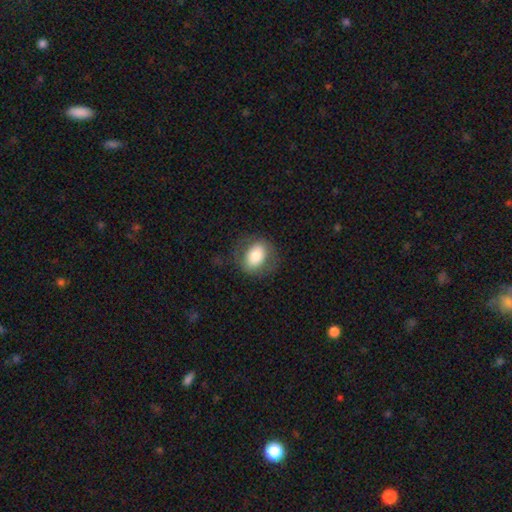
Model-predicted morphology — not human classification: Overall: smooth (71%). How rounded: in between (64%; round 35%). Merging: none (74%).